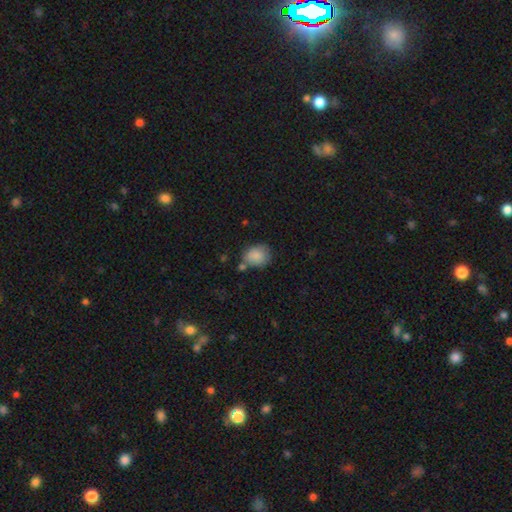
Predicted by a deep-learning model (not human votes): The model was most divided on "how rounded": round: 60%, in between: 39%, cigar-shaped: 1%. More confident: smooth or featured — smooth (86%); merging — none (60%).